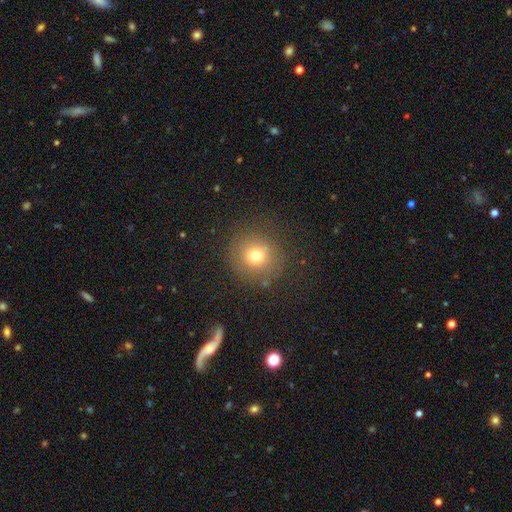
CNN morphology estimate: Overall: smooth (71%). How rounded: round (92%). Merging: none (82%).